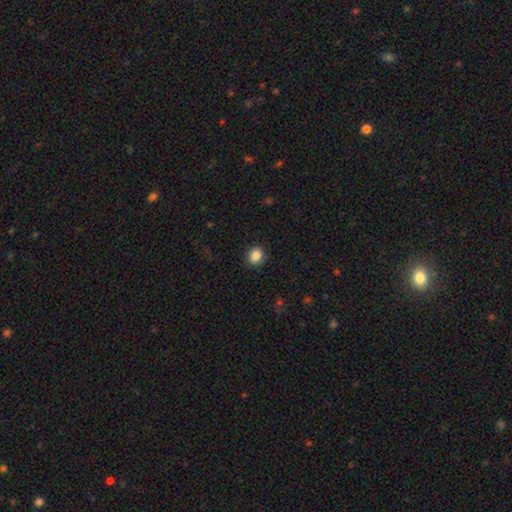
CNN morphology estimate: Smooth or featured: smooth — 86% (star or artifact — 10%)
How rounded: round — 74% (in between — 25%)
Merging: none — 90% (minor disturbance — 7%)